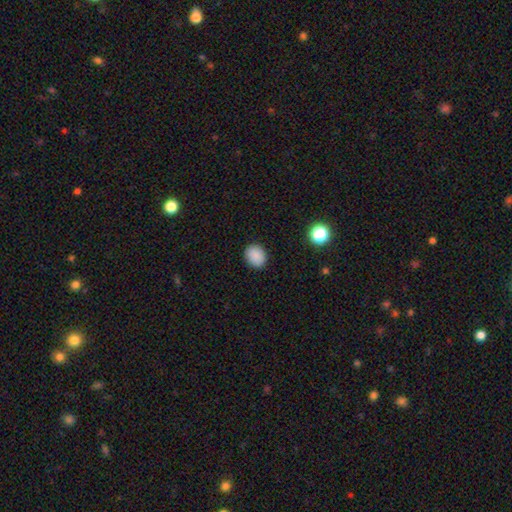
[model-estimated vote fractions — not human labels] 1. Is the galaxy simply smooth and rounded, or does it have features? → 87% smooth, 10% star or artifact, 3% featured or disk.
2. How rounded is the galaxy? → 59% round, 40% in between, 1% cigar-shaped.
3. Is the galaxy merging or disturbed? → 89% none, 8% minor disturbance, 2% major disturbance, 1% merger.